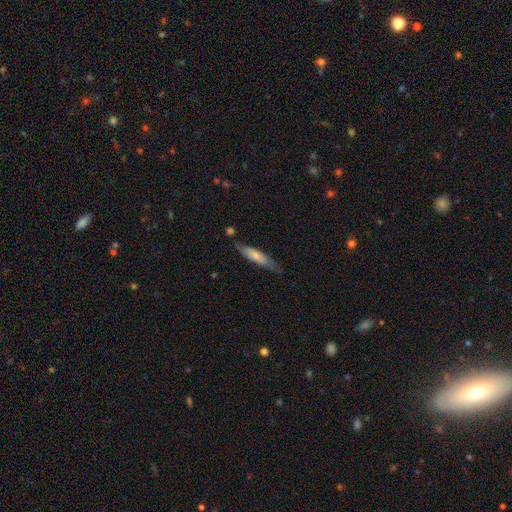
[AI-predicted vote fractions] smooth 62%, featured or disk 32%, star or artifact 6%. Down the decision tree: how rounded — cigar-shaped (76%); merging — none (68%).